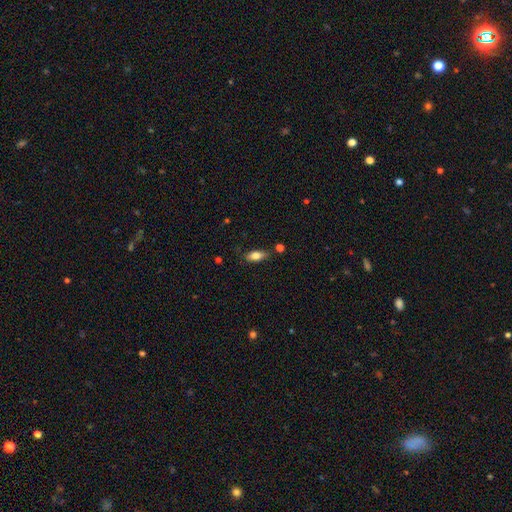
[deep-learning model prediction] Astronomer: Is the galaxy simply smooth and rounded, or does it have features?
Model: smooth — 76%.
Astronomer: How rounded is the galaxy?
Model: in between — 80%.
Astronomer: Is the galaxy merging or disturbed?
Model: none — 73%.